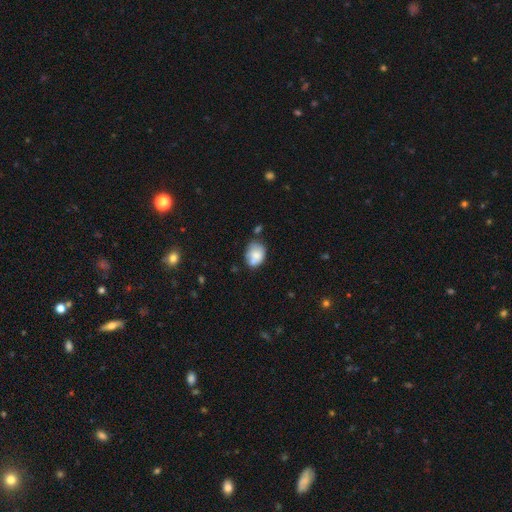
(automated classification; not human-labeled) smooth 74%, featured or disk 17%, star or artifact 9%. Down the decision tree: how rounded — in between (66%); merging — none (47%).